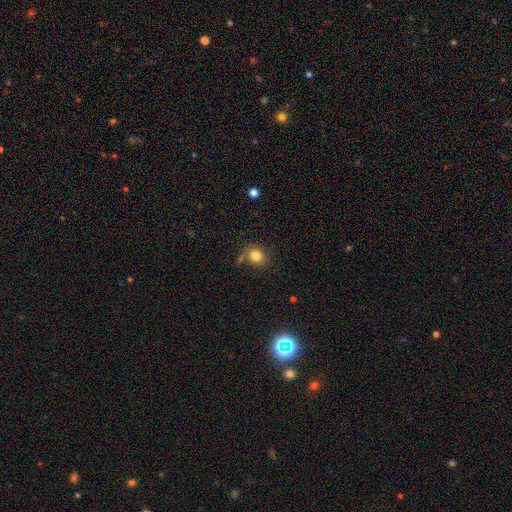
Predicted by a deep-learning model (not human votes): smooth-or-featured: smooth: 81% | star or artifact: 11% | featured or disk: 8%
  how-rounded: round: 63% | in between: 36% | cigar-shaped: 1%
  merging: none: 68% | minor disturbance: 17% | merger: 9% | major disturbance: 6%